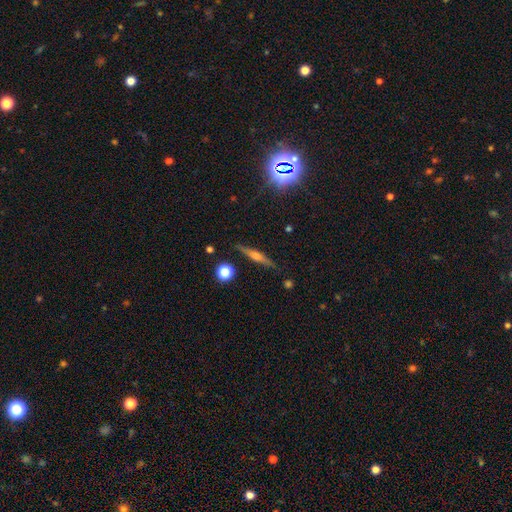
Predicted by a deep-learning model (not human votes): A featured or disk galaxy (67%) viewed edge-on (97%) with a rounded central bulge (80%).

Vote fractions:
- Smooth or featured? featured or disk: 67% / smooth: 23% / star or artifact: 10%
- Edge-on disk? yes: 97% / no: 3%
- Edge-on bulge? rounded: 80% / boxy: 13% / none: 7%
- Merging? none: 89% / minor disturbance: 8% / major disturbance: 2% / merger: 2%